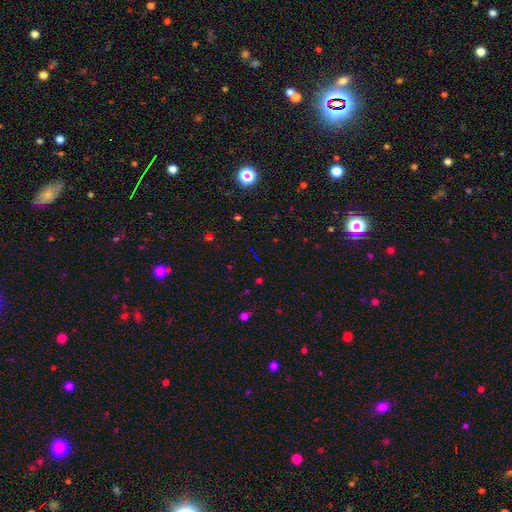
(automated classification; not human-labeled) Smooth or featured?
  - star or artifact: 71% *
  - smooth: 19%
  - featured or disk: 10%